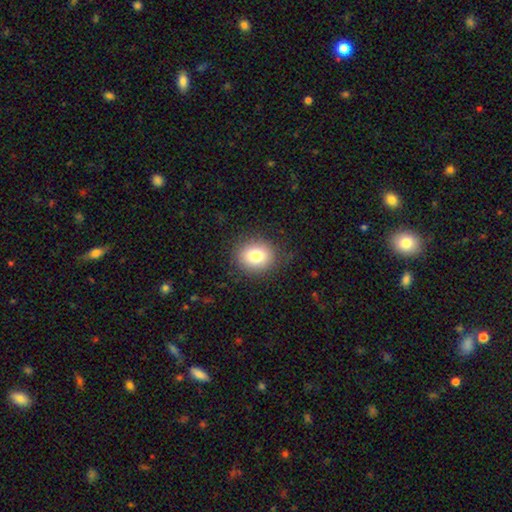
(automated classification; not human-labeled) Smooth or featured? smooth (81%)
How rounded? round (68%)
Merging? none (85%)